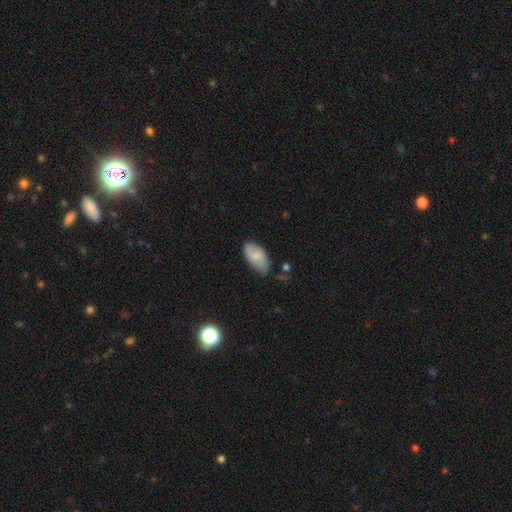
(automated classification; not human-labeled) Overall: smooth (73%). How rounded: in between (94%). Merging: none (63%; minor disturbance 29%).